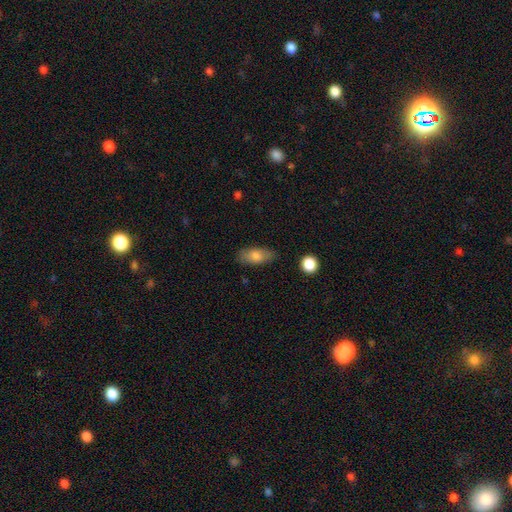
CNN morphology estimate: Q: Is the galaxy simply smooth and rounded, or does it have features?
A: smooth — 77%.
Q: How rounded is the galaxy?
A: in between — 83%.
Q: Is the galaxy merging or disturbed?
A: none — 79%.